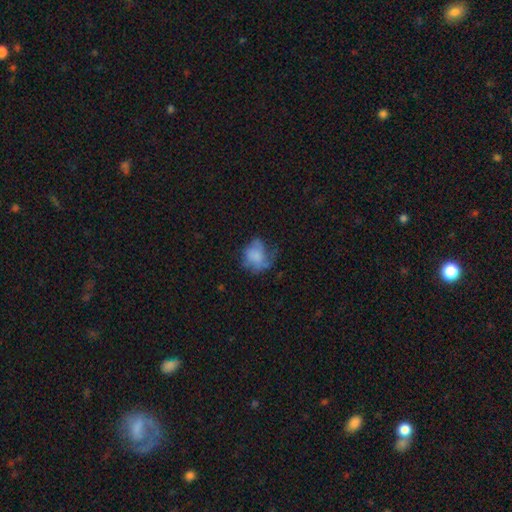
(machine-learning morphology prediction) smooth 60%, featured or disk 30%, star or artifact 11%. Down the decision tree: how rounded — round (54%); merging — none (35%).